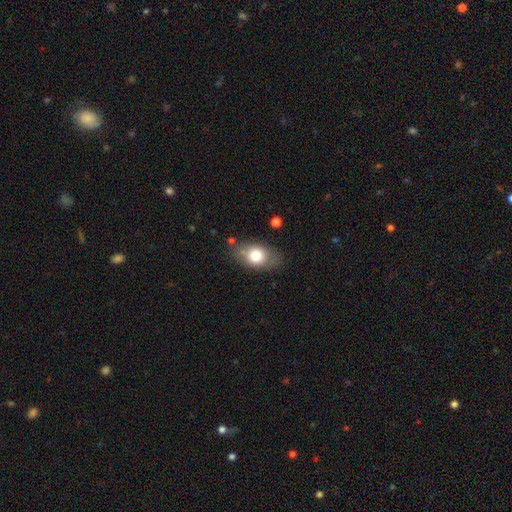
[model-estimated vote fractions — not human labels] Q: Smooth or featured?
A: smooth (73%); runner-up: featured or disk (19%)
Q: How rounded?
A: in between (81%); runner-up: round (17%)
Q: Merging?
A: none (75%); runner-up: minor disturbance (17%)